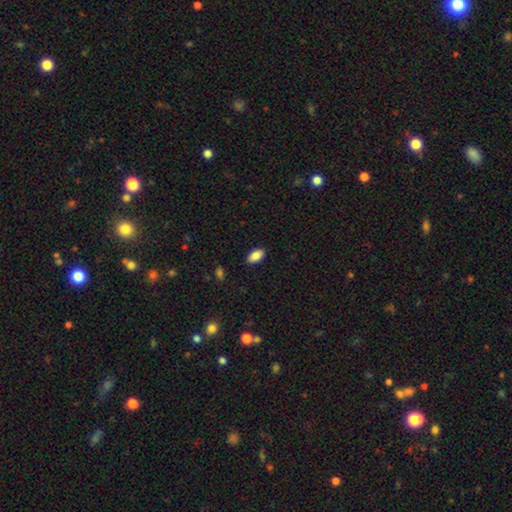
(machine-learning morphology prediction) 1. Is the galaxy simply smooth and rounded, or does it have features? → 86% smooth, 8% star or artifact, 6% featured or disk.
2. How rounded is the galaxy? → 92% in between, 6% cigar-shaped, 3% round.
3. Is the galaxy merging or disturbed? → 89% none, 8% minor disturbance, 2% major disturbance, 1% merger.